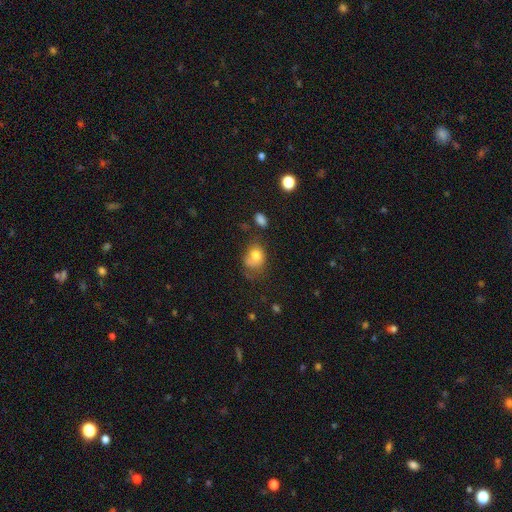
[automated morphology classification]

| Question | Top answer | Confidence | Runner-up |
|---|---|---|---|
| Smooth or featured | smooth | 75% | featured or disk (15%) |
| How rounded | in between | 57% | round (42%) |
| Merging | none | 35% | minor disturbance (31%) |